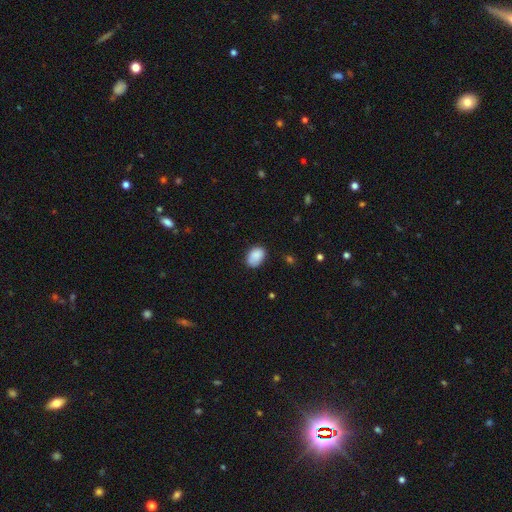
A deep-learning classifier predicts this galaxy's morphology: Smooth or featured?
  - smooth: 86% *
  - star or artifact: 7%
  - featured or disk: 6%
How rounded?
  - in between: 78% *
  - round: 21%
  - cigar-shaped: 1%
Merging?
  - none: 69% *
  - minor disturbance: 24%
  - major disturbance: 5%
  - merger: 2%